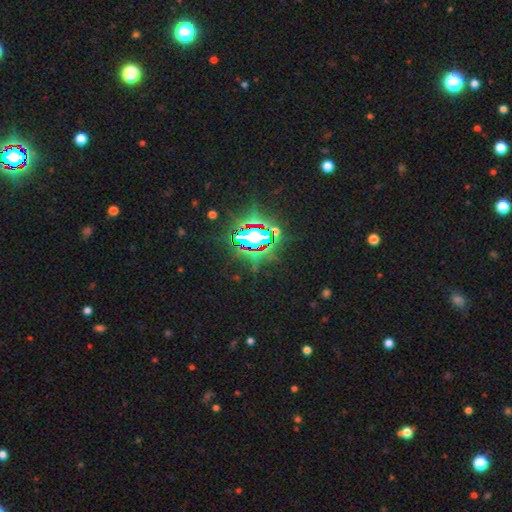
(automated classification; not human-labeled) A star or artifact, not a galaxy (83%).

Vote fractions:
- Smooth or featured? star or artifact: 83% / smooth: 9% / featured or disk: 8%